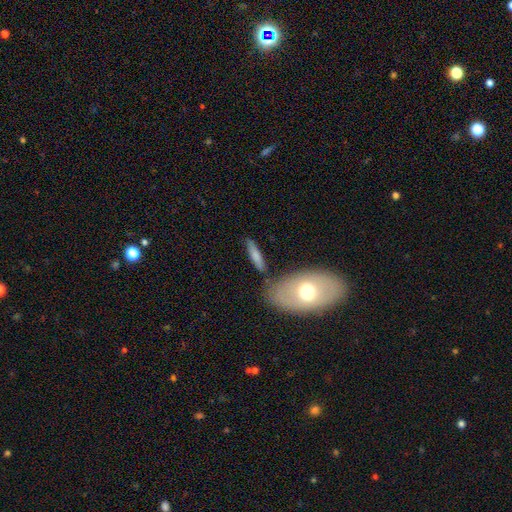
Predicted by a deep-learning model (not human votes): Morphology: type=smooth (69%); roundness=cigar-shaped (73%); merging=none (72%).